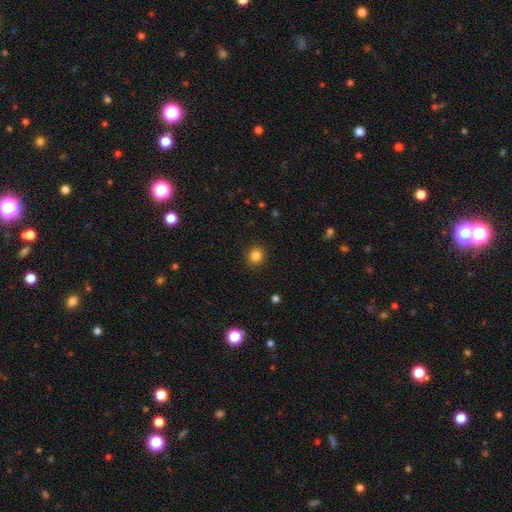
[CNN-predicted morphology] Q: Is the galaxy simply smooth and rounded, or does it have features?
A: smooth — 84%.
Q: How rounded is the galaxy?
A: round — 88%.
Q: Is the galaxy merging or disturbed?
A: none — 91%.